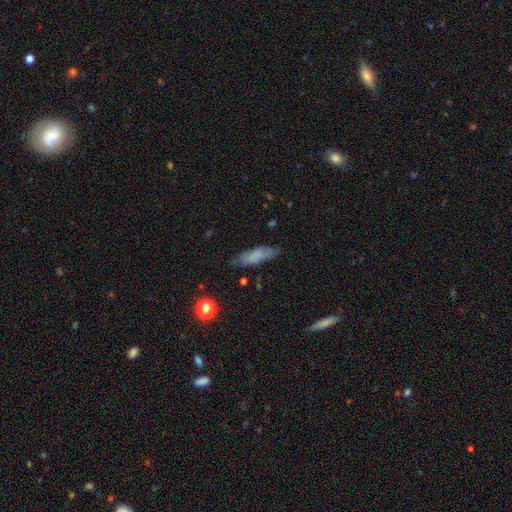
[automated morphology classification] type=smooth (67%); roundness=in between (51%); merging=none (71%).